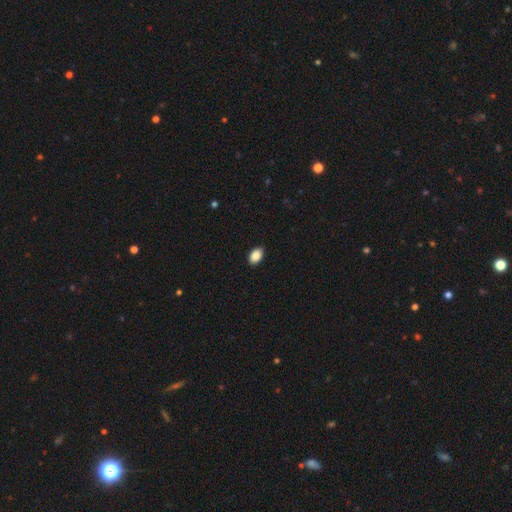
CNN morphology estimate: Smooth or featured? smooth (89%)
How rounded? in between (89%)
Merging? none (90%)